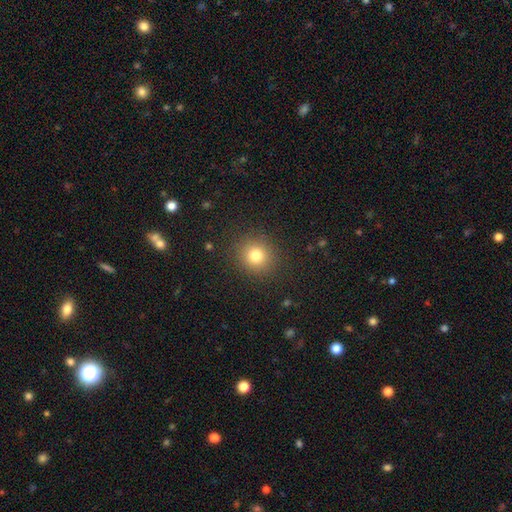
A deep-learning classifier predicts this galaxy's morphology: This is likely a smooth galaxy (79%). How rounded: clearly round (89%). Merging: clearly none (89%).